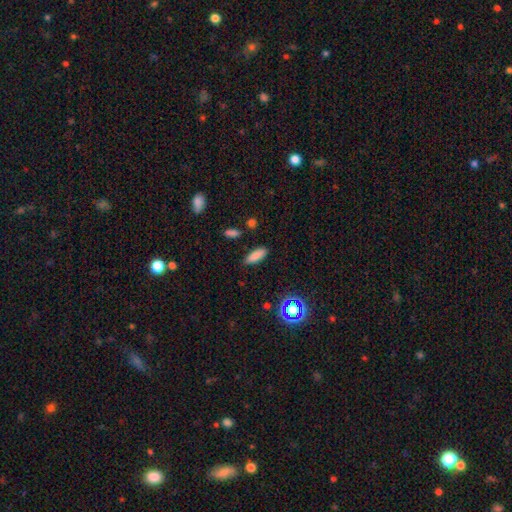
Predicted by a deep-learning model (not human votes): A smooth galaxy with no disk features (81%) that is in between round and cigar-shaped (65%).

Vote fractions:
- Smooth or featured? smooth: 81% / star or artifact: 11% / featured or disk: 8%
- How rounded? in between: 65% / cigar-shaped: 33% / round: 2%
- Merging? none: 85% / minor disturbance: 11% / major disturbance: 2% / merger: 2%